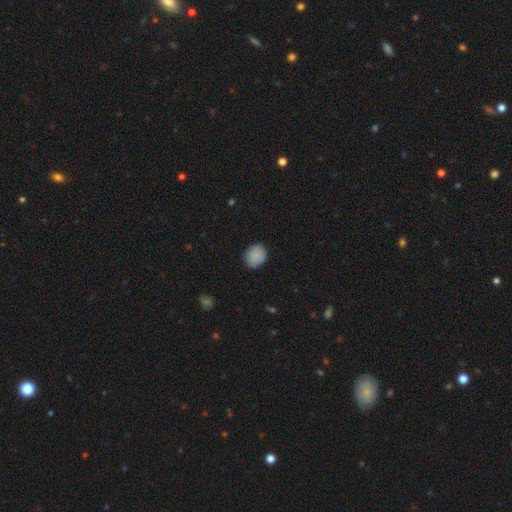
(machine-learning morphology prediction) Smooth or featured: smooth — 88% (star or artifact — 8%)
How rounded: round — 55% (in between — 44%)
Merging: none — 85% (minor disturbance — 12%)